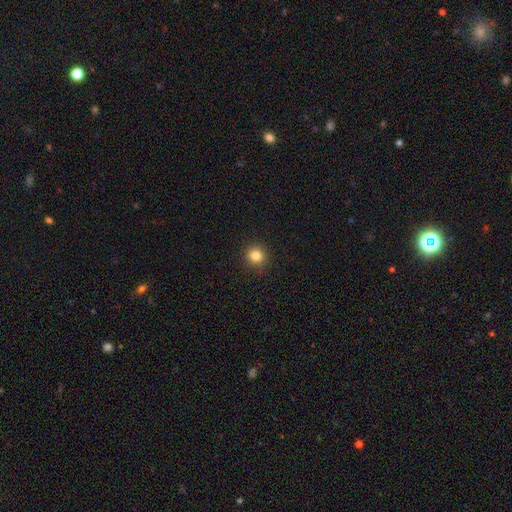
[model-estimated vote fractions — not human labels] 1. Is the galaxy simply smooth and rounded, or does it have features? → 83% smooth, 12% star or artifact, 5% featured or disk.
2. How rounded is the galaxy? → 93% round, 6% in between, 1% cigar-shaped.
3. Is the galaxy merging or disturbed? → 92% none, 5% minor disturbance, 2% major disturbance, 1% merger.